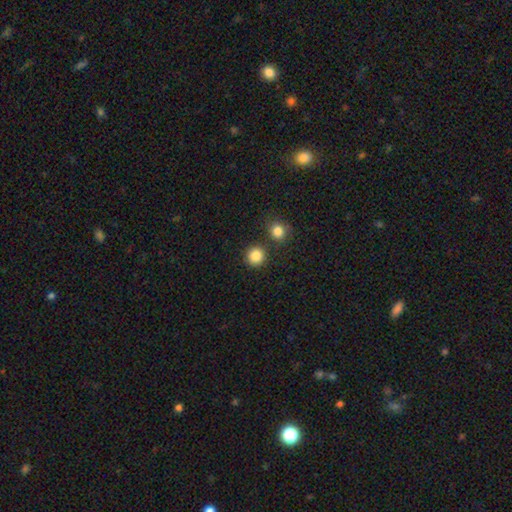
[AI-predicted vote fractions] smooth 86%, star or artifact 10%, featured or disk 4%. Down the decision tree: how rounded — round (93%); merging — none (84%).